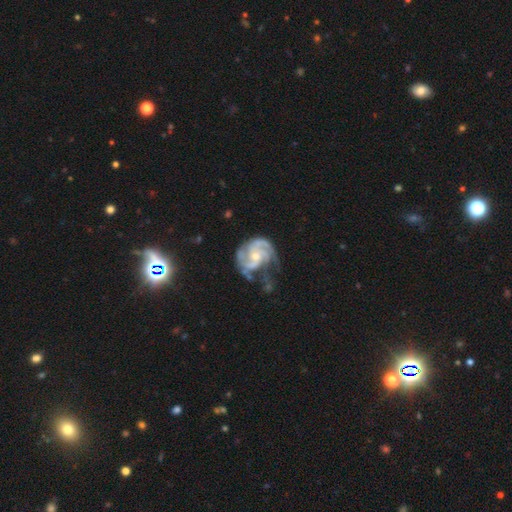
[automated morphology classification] featured or disk 90%, smooth 5%, star or artifact 4%. Down the decision tree: edge-on disk — no (98%); bar — no (61%); spiral arms — yes (97%); spiral arm count — 3 (36%); spiral winding — tight (46%); bulge size — small (51%); merging — none (48%).